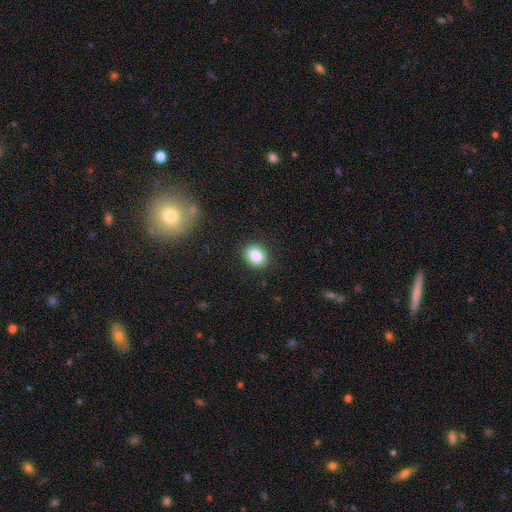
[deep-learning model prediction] A smooth galaxy with no disk features (87%) that is in between round and cigar-shaped (61%). Merging: none (88%).